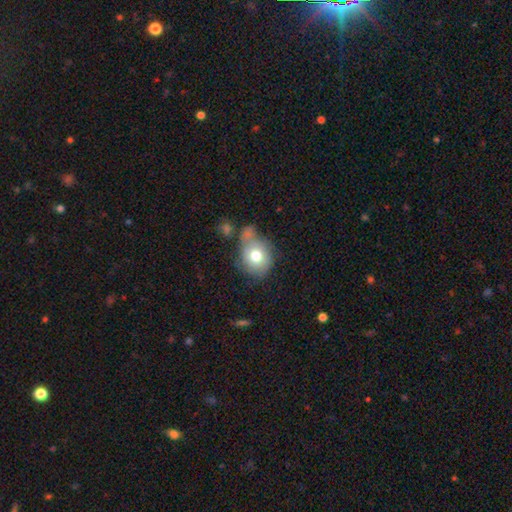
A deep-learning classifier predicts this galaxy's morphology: smooth 72%, featured or disk 20%, star or artifact 8%. Down the decision tree: how rounded — round (62%); merging — none (37%).